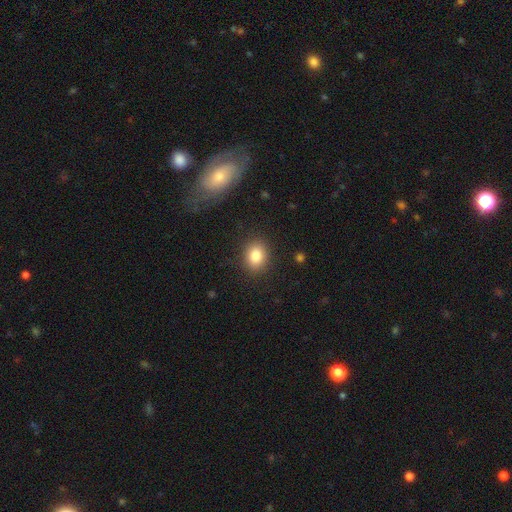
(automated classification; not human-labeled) smooth-or-featured: smooth: 84% | star or artifact: 10% | featured or disk: 7%
  how-rounded: in between: 50% | round: 49% | cigar-shaped: 1%
  merging: none: 87% | minor disturbance: 8% | major disturbance: 3% | merger: 1%